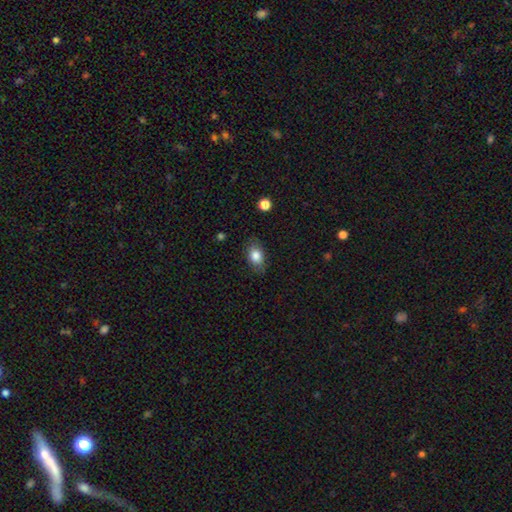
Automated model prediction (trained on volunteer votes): smooth-or-featured: smooth: 81% | featured or disk: 11% | star or artifact: 8%
  how-rounded: in between: 82% | round: 16% | cigar-shaped: 2%
  merging: none: 80% | minor disturbance: 15% | major disturbance: 4% | merger: 1%